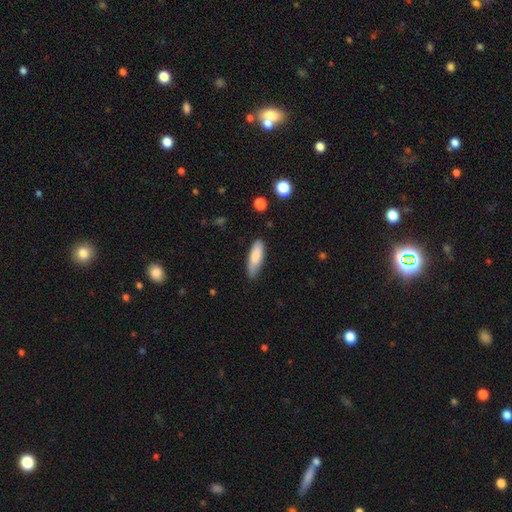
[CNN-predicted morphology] type=smooth (84%); roundness=cigar-shaped (50%); merging=none (77%).